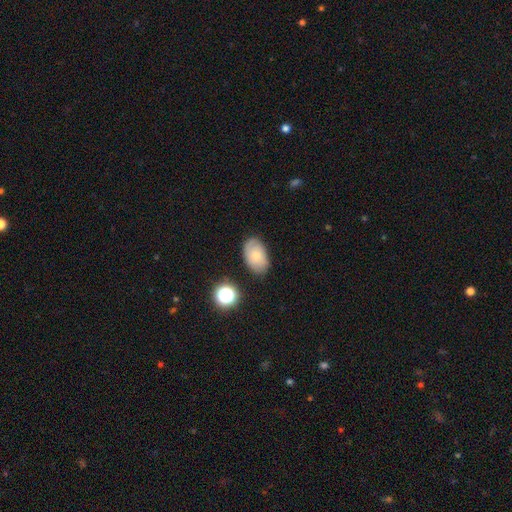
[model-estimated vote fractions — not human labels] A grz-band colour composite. It shows a smooth galaxy with no disk features (69%) that is in between round and cigar-shaped (89%). Merging: none (77%).